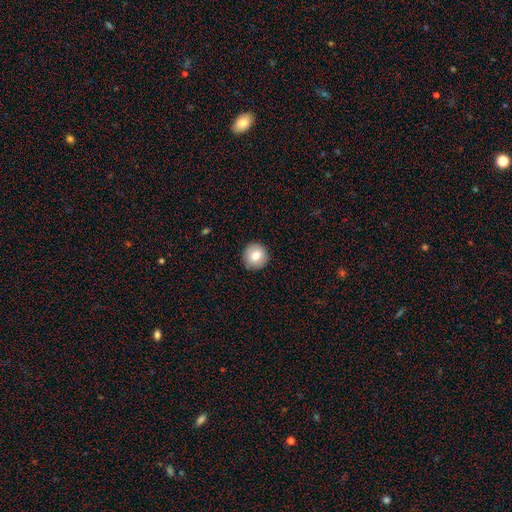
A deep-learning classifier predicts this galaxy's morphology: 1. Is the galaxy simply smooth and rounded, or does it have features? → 78% smooth, 13% featured or disk, 8% star or artifact.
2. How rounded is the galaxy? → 94% round, 5% in between, 1% cigar-shaped.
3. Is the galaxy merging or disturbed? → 91% none, 6% minor disturbance, 2% major disturbance, 1% merger.